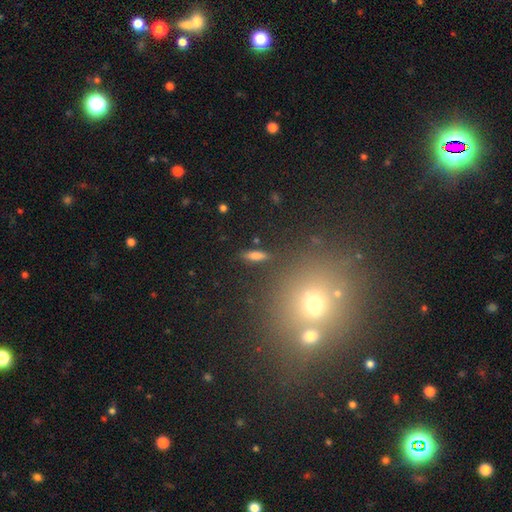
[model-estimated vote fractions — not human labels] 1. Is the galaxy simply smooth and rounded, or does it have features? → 74% smooth, 15% featured or disk, 12% star or artifact.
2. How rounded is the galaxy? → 54% cigar-shaped, 42% in between, 4% round.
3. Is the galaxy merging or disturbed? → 86% none, 9% minor disturbance, 3% major disturbance, 2% merger.